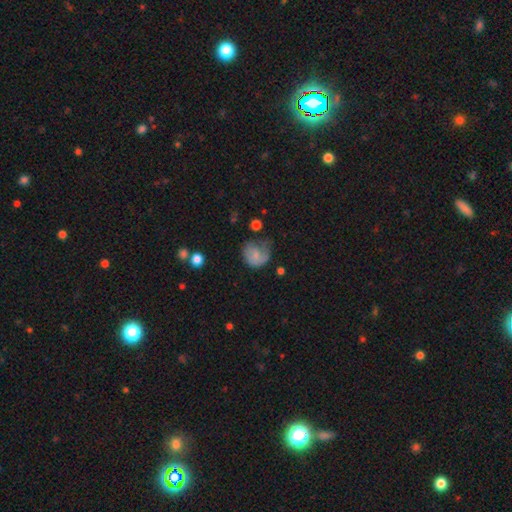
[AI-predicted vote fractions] Smooth or featured? smooth (63%)
How rounded? round (67%)
Merging? none (33%)